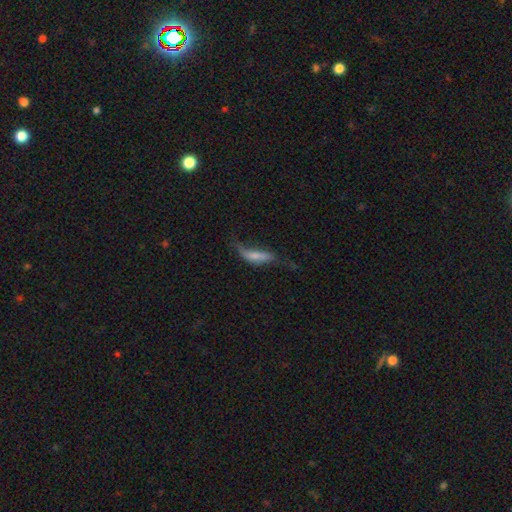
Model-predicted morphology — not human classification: smooth_or_featured: smooth (p=0.52) [alt: featured or disk p=0.39]
how_rounded: cigar-shaped (p=0.57) [alt: in between p=0.40]
merging: major disturbance (p=0.40) [alt: none p=0.29]